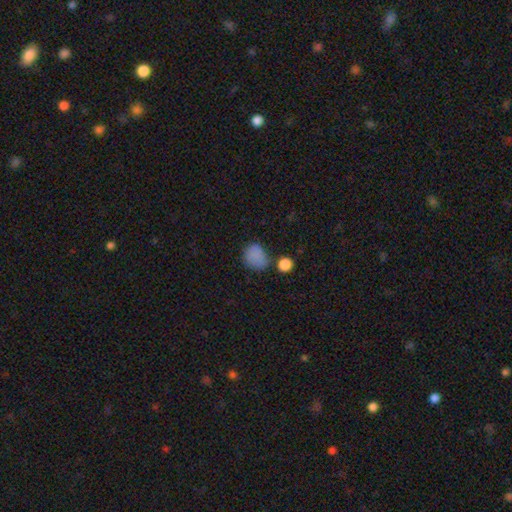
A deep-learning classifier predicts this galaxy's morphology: This appears to be a smooth galaxy with no disk features (82%) that is round (59%). Merging: none (55%).